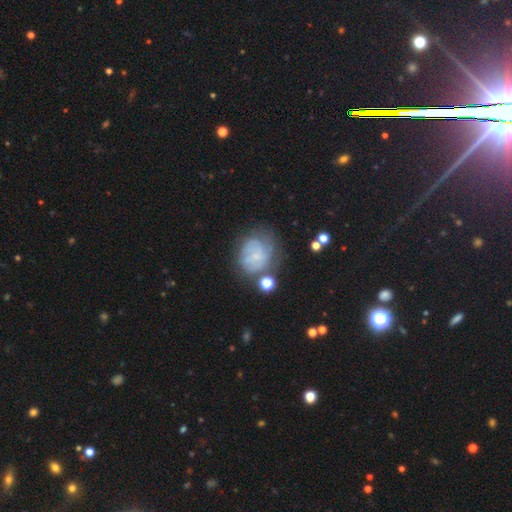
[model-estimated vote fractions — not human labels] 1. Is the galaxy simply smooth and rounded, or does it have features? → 51% featured or disk, 37% smooth, 11% star or artifact.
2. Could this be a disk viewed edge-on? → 98% no, 2% yes.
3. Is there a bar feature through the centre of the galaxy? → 80% no, 17% weak, 3% strong.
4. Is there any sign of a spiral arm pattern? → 66% yes, 34% no.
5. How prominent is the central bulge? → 47% small, 38% none, 11% moderate, 2% large, 1% dominant.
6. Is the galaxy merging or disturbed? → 49% none, 25% minor disturbance, 19% major disturbance, 8% merger.